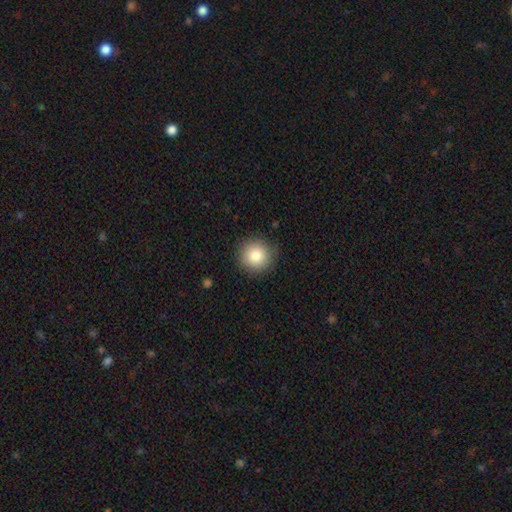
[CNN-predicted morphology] Smooth or featured?
  - smooth: 83% *
  - star or artifact: 9%
  - featured or disk: 8%
How rounded?
  - round: 94% *
  - in between: 5%
  - cigar-shaped: 1%
Merging?
  - none: 89% *
  - minor disturbance: 8%
  - major disturbance: 2%
  - merger: 1%